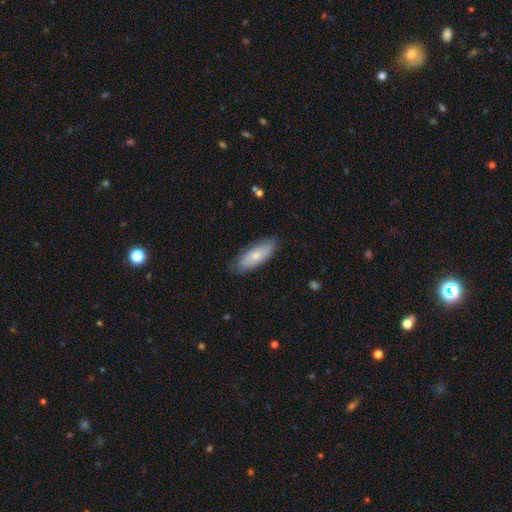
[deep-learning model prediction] smooth_or_featured: smooth (p=0.68) [alt: featured or disk p=0.26]
how_rounded: in between (p=0.74) [alt: cigar-shaped p=0.24]
merging: none (p=0.78) [alt: minor disturbance p=0.17]